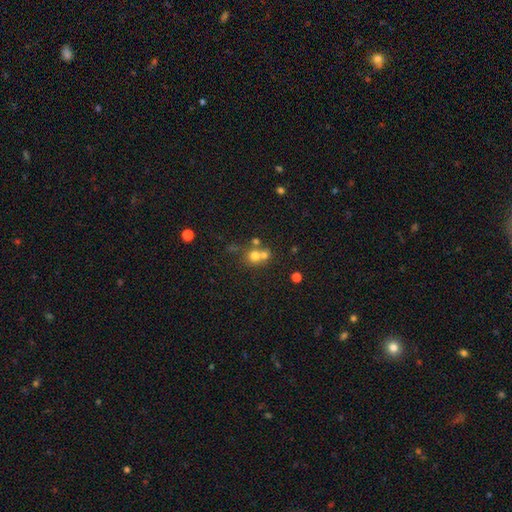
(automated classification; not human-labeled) This is likely a smooth galaxy (67%). How rounded: clearly round (85%). Merging: possibly merger (48%).